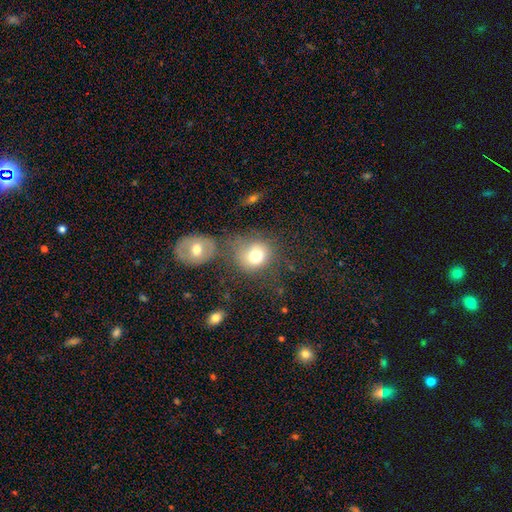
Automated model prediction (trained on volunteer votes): smooth-or-featured: smooth: 75% | featured or disk: 14% | star or artifact: 11%
  how-rounded: round: 76% | in between: 23% | cigar-shaped: 1%
  merging: none: 49% | merger: 23% | minor disturbance: 17% | major disturbance: 11%